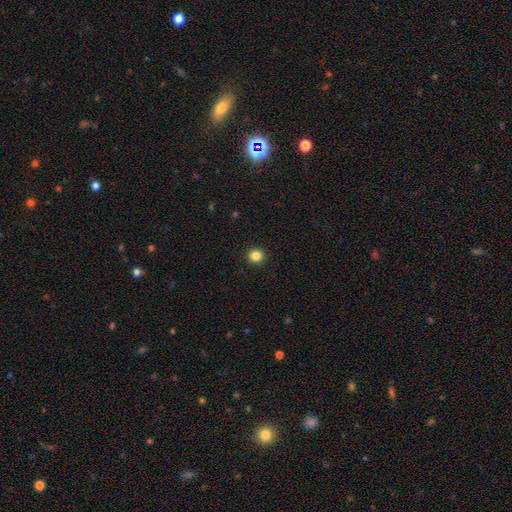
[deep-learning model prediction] smooth-or-featured: smooth: 85% | star or artifact: 11% | featured or disk: 4%
  how-rounded: round: 94% | in between: 5% | cigar-shaped: 1%
  merging: none: 93% | minor disturbance: 4% | major disturbance: 1% | merger: 1%